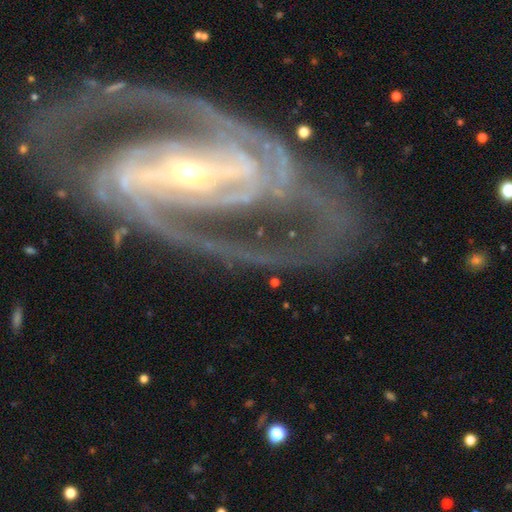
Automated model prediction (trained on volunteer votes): Smooth or featured: featured or disk — 91% (star or artifact — 5%)
Edge-on disk: no — 96% (yes — 4%)
Bar: strong — 63% (weak — 23%)
Spiral arms: yes — 97% (no — 3%)
Spiral winding: medium — 47% (tight — 39%)
Spiral arm count: 2 — 54% (3 — 17%)
Bulge size: small — 70% (moderate — 26%)
Merging: none — 56% (major disturbance — 22%)